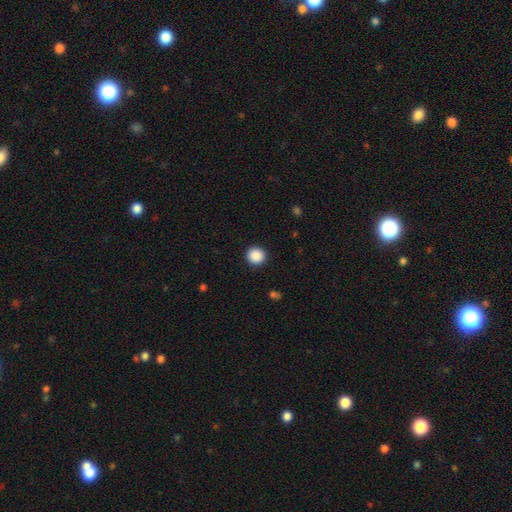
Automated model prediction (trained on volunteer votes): Smooth or featured: smooth — 89% (star or artifact — 9%)
How rounded: round — 94% (in between — 5%)
Merging: none — 92% (minor disturbance — 5%)